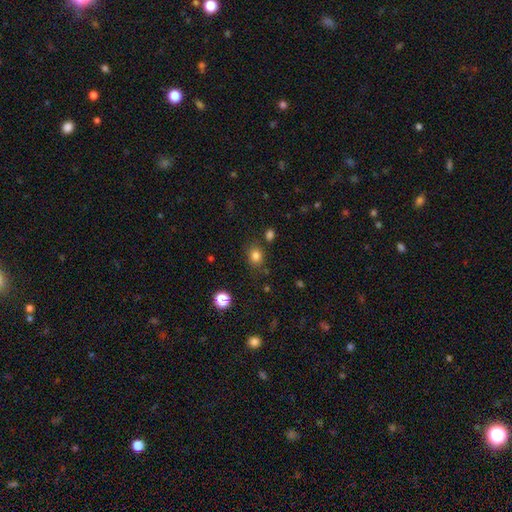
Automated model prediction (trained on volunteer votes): The model was most divided on "how rounded": round: 63%, in between: 36%, cigar-shaped: 1%. More confident: smooth or featured — smooth (81%); merging — none (78%).